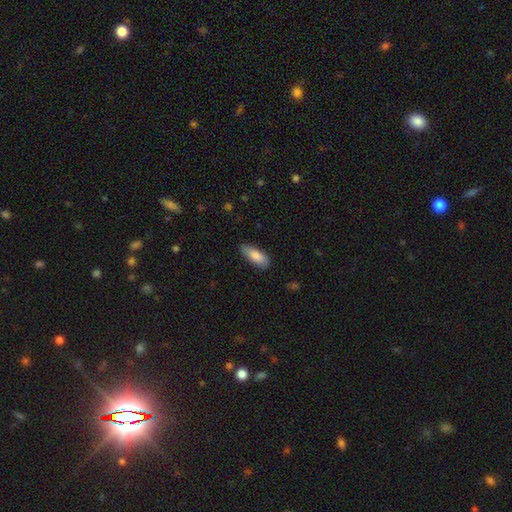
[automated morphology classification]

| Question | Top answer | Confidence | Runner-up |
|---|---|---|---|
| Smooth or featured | smooth | 84% | featured or disk (10%) |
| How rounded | in between | 73% | cigar-shaped (25%) |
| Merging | none | 77% | minor disturbance (19%) |